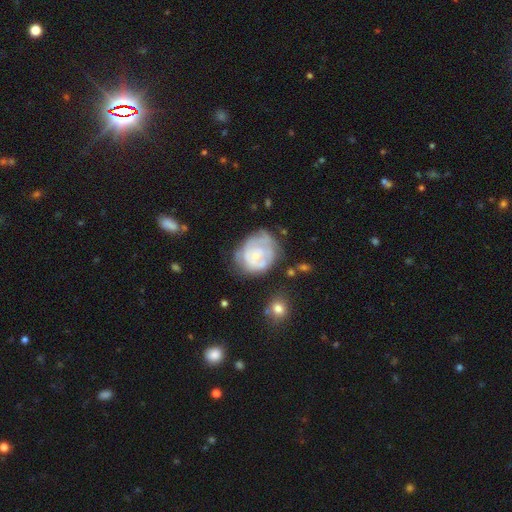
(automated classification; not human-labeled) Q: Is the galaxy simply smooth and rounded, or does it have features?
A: featured or disk — 64%.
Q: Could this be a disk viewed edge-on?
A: no — 98%.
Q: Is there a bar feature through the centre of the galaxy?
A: no — 80%.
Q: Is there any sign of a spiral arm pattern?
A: yes — 59%.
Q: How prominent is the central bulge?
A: small — 66%.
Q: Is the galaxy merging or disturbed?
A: none — 50%.